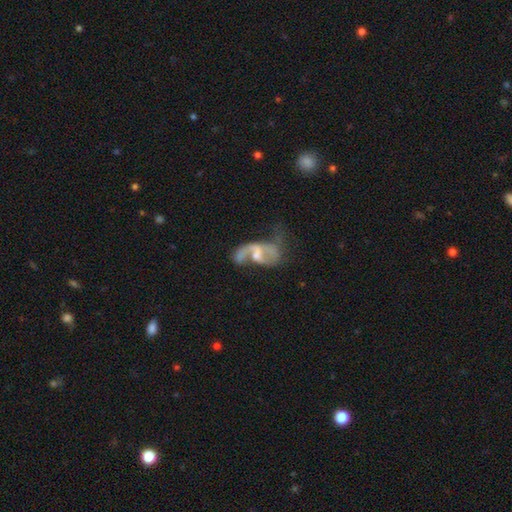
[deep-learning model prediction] Smooth or featured? featured or disk (75%)
Edge-on disk? no (96%)
Bar? no (44%)
Spiral arms? yes (76%)
Spiral winding? loose (66%)
Spiral arm count? 2 (70%)
Bulge size? small (40%)
Merging? major disturbance (39%)